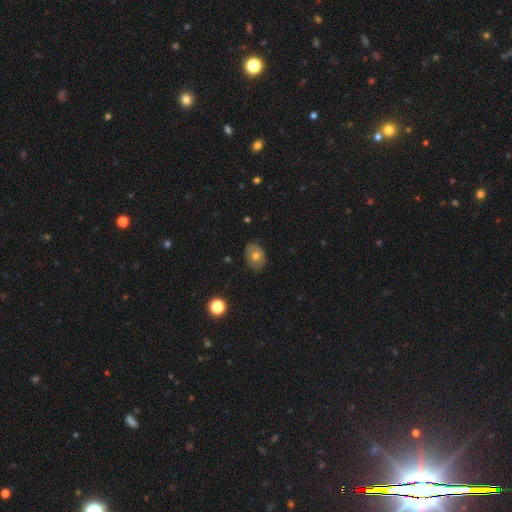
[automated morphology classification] smooth_or_featured: smooth (p=0.67) [alt: featured or disk p=0.25]
how_rounded: in between (p=0.73) [alt: round p=0.26]
merging: none (p=0.83) [alt: minor disturbance p=0.13]